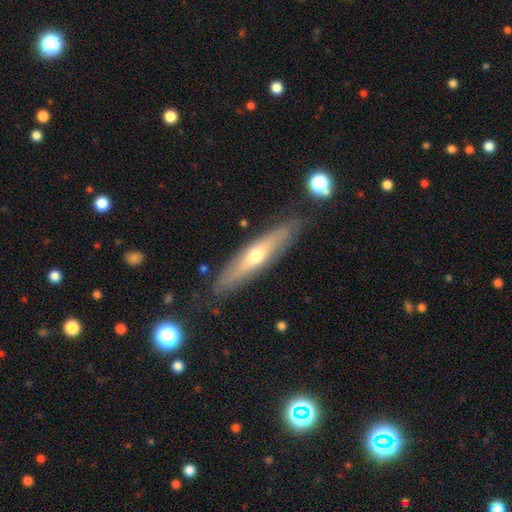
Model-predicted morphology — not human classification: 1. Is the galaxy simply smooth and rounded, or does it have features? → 52% featured or disk, 42% smooth, 6% star or artifact.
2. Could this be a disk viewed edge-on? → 75% yes, 25% no.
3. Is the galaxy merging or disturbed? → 84% none, 12% minor disturbance, 3% major disturbance, 2% merger.